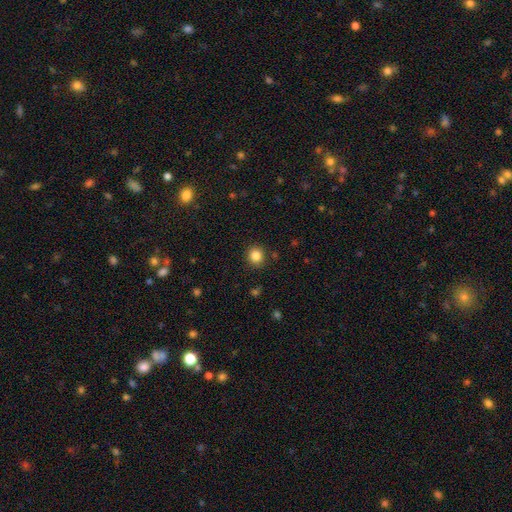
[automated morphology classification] smooth 84%, star or artifact 11%, featured or disk 5%. Down the decision tree: how rounded — round (85%); merging — none (90%).